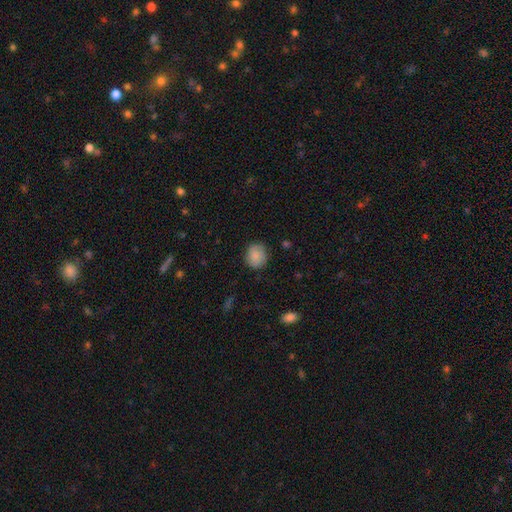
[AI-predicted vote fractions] Q: Smooth or featured?
A: smooth (81%); runner-up: featured or disk (12%)
Q: How rounded?
A: round (76%); runner-up: in between (23%)
Q: Merging?
A: none (80%); runner-up: minor disturbance (16%)